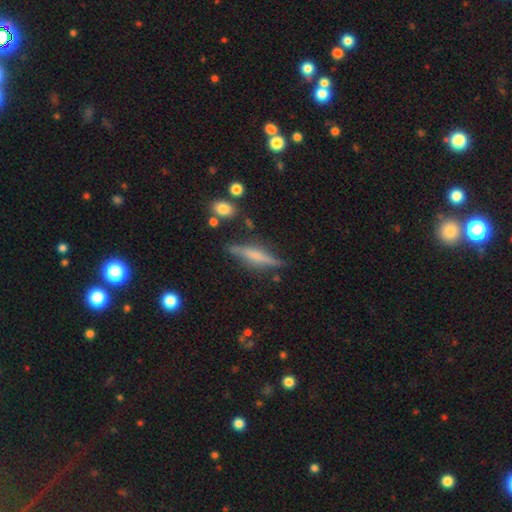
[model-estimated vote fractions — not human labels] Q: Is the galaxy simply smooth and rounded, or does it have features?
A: featured or disk — 59%.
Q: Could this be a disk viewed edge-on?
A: yes — 95%.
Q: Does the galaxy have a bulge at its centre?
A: rounded — 46%.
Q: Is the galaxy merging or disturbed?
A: none — 80%.